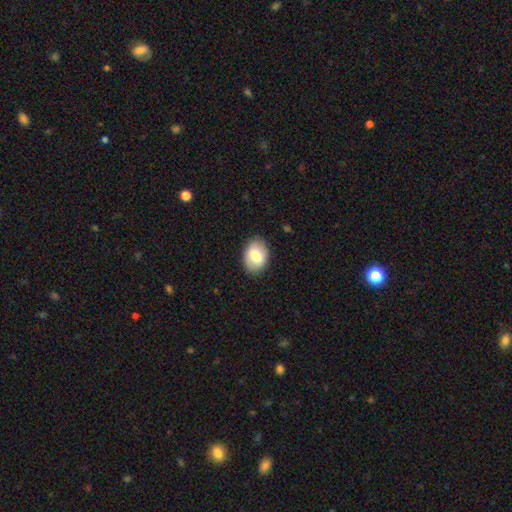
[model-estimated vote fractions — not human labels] smooth 78%, featured or disk 15%, star or artifact 7%. Down the decision tree: how rounded — in between (79%); merging — none (88%).